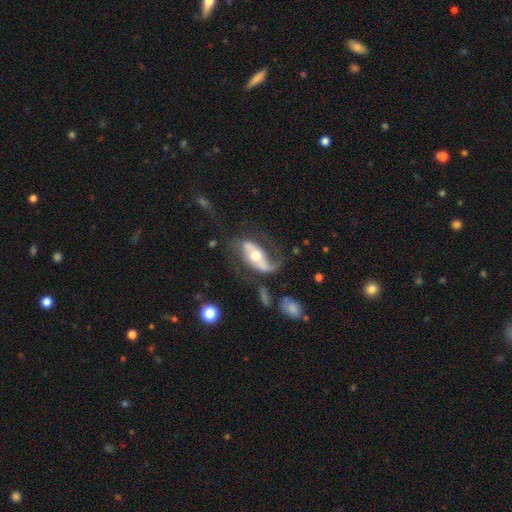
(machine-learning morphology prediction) The model was most divided on "bar": strong: 37%, no: 34%, weak: 29%. Remaining: edge-on disk — no (91%); spiral arms — yes (86%); smooth or featured — featured or disk (75%); spiral arm count — 2 (72%); bulge size — moderate (68%); spiral winding — loose (56%); merging — none (47%).